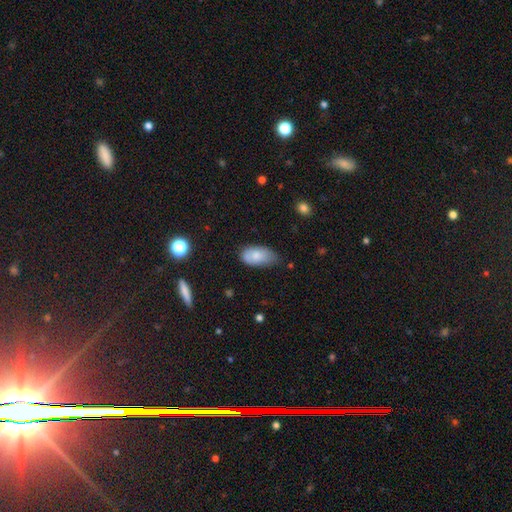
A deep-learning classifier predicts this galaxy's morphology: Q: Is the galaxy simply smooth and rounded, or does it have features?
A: smooth — 77%.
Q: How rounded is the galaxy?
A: in between — 93%.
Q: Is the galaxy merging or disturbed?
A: none — 55%.